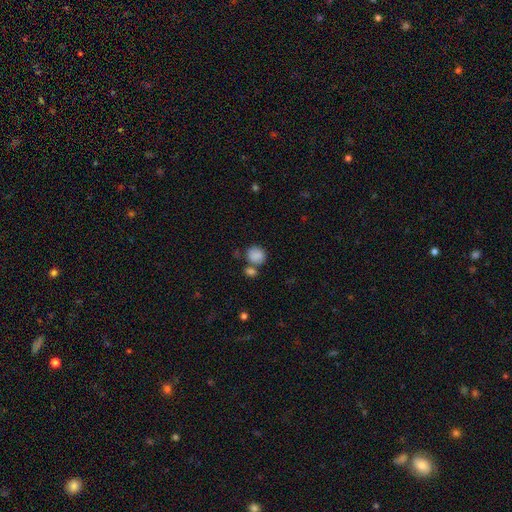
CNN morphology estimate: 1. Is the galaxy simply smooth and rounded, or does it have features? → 86% smooth, 8% star or artifact, 6% featured or disk.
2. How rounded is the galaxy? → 68% round, 31% in between, 1% cigar-shaped.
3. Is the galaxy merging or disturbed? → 57% none, 23% merger, 14% minor disturbance, 5% major disturbance.